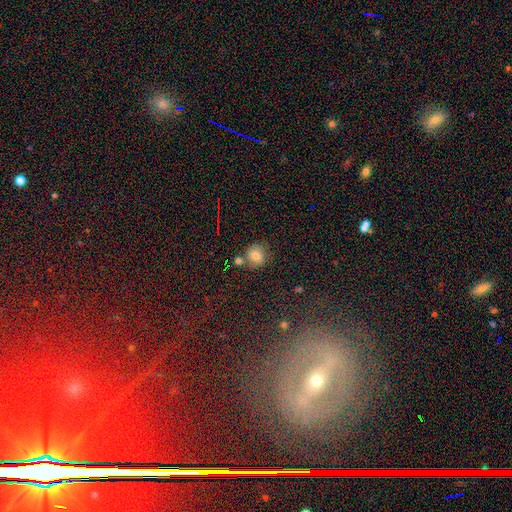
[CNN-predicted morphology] Overall: smooth (74%). How rounded: round (76%). Merging: none (67%).